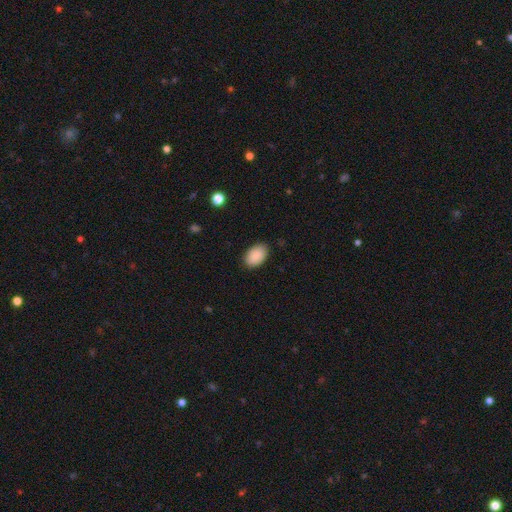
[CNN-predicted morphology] Smooth or featured: smooth — 89% (star or artifact — 6%)
How rounded: in between — 91% (round — 8%)
Merging: none — 85% (minor disturbance — 11%)